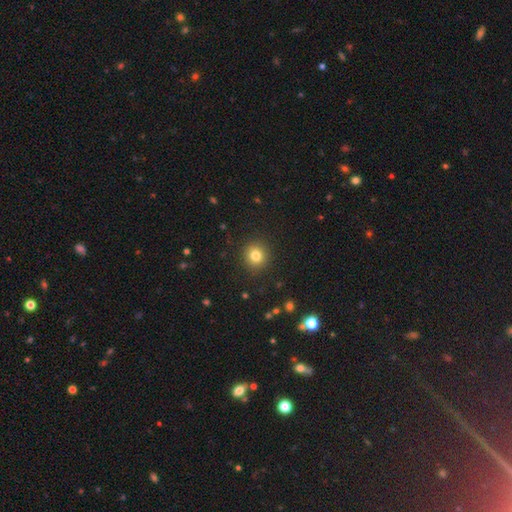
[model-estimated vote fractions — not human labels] The model was most divided on "smooth or featured": smooth: 80%, star or artifact: 13%, featured or disk: 7%. More confident: how rounded — round (91%); merging — none (91%).